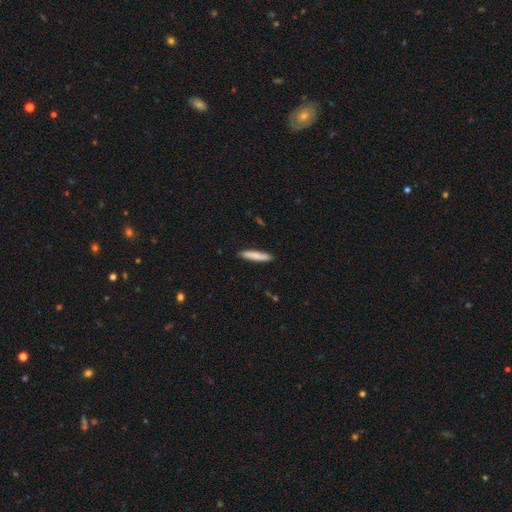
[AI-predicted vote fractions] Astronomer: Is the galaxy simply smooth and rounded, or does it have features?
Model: smooth — 82%.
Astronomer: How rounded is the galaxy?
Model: cigar-shaped — 90%.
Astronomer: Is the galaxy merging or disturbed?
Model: none — 90%.